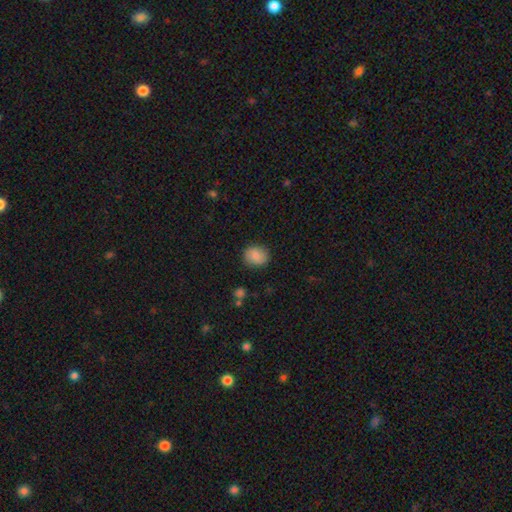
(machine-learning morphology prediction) Q: Smooth or featured?
A: smooth (86%); runner-up: star or artifact (8%)
Q: How rounded?
A: round (65%); runner-up: in between (35%)
Q: Merging?
A: none (86%); runner-up: minor disturbance (10%)